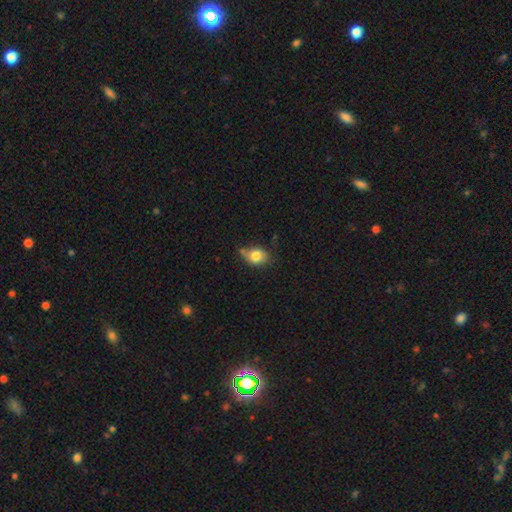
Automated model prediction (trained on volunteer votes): smooth_or_featured: smooth (p=0.79) [alt: featured or disk p=0.12]
how_rounded: in between (p=0.65) [alt: round p=0.33]
merging: none (p=0.53) [alt: minor disturbance p=0.32]